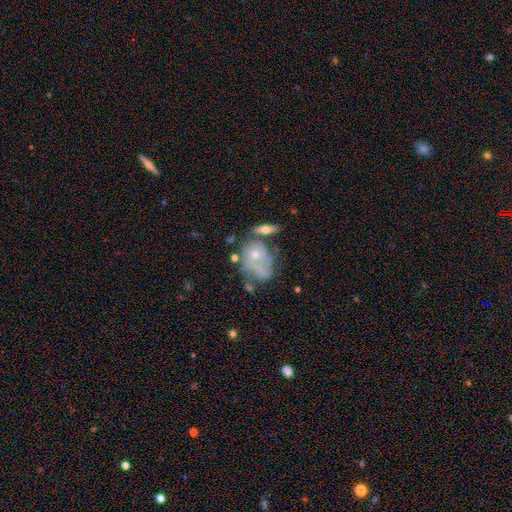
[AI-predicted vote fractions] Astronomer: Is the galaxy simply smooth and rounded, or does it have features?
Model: featured or disk — 59%.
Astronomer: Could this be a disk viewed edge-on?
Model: no — 95%.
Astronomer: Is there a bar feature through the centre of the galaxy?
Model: no — 83%.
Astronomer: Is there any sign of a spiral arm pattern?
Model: yes — 52% (runner-up: no, 48%).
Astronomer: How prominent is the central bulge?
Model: small — 58% (runner-up: moderate, 36%).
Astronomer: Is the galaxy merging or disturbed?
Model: none — 33% (runner-up: merger, 26%).